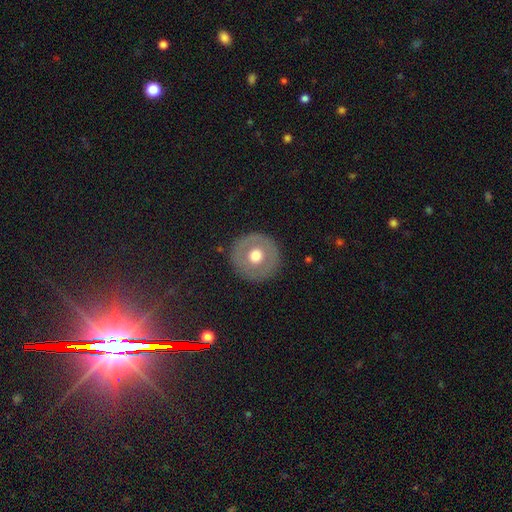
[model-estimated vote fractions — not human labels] smooth 55%, featured or disk 38%, star or artifact 8%. Down the decision tree: how rounded — round (94%); merging — none (88%).